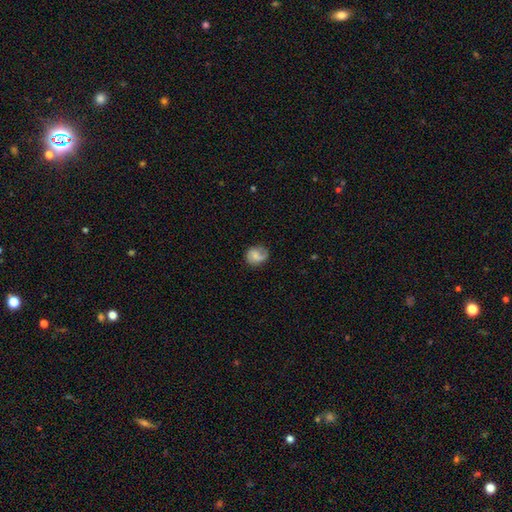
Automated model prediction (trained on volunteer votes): Smooth or featured: smooth — 48% (featured or disk — 44%)
Merging: none — 64% (minor disturbance — 24%)